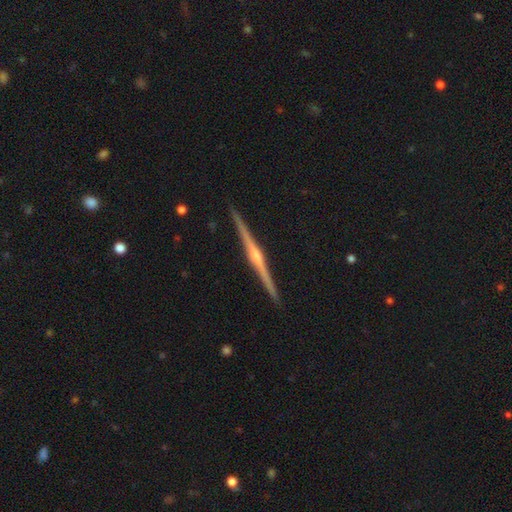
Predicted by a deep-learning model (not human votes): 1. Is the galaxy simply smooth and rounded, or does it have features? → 88% featured or disk, 8% smooth, 5% star or artifact.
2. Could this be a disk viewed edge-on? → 99% yes, 1% no.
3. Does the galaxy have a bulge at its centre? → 84% rounded, 8% none, 7% boxy.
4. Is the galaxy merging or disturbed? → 93% none, 5% minor disturbance, 1% major disturbance, 1% merger.